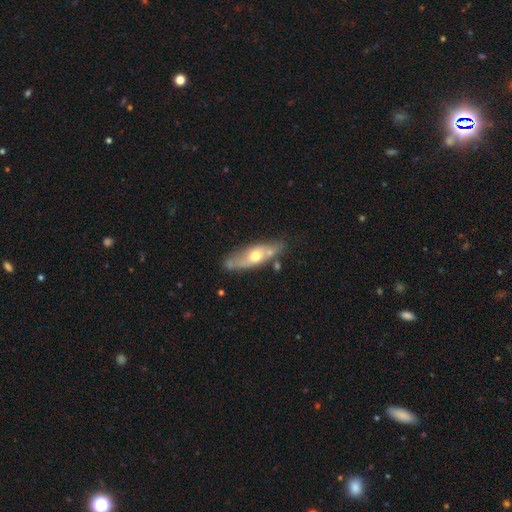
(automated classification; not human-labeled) Smooth or featured? Predicted: featured or disk (p=0.49). Merging? Predicted: none (p=0.63).